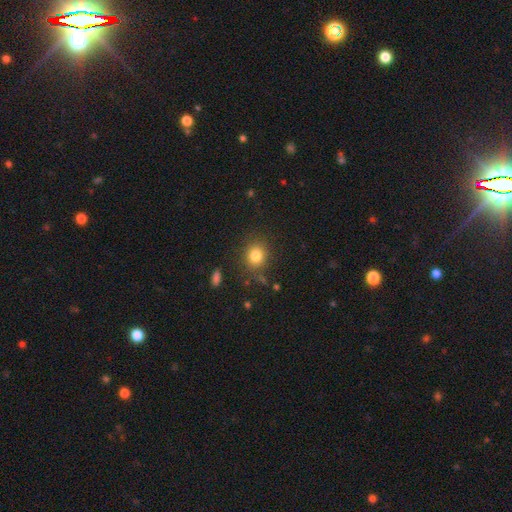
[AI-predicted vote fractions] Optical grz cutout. It shows a smooth galaxy with no disk features (82%) that is round (76%). Merging: none (82%).